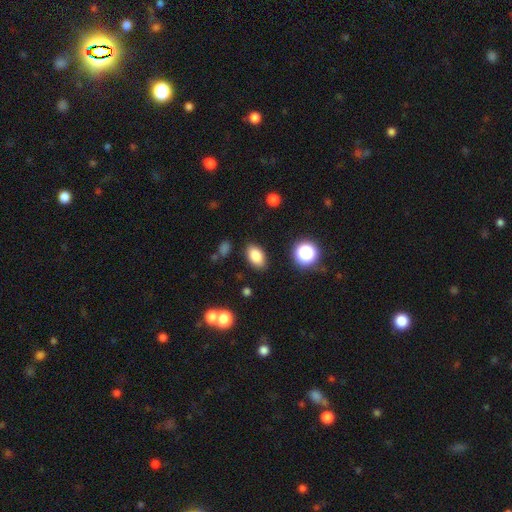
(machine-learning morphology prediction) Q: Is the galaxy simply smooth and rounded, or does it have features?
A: smooth — 83%.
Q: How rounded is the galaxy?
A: in between — 90%.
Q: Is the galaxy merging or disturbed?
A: none — 86%.